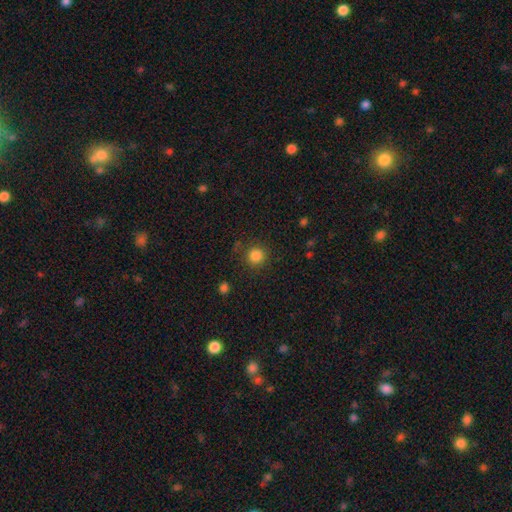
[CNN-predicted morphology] smooth 84%, star or artifact 12%, featured or disk 4%. Down the decision tree: how rounded — round (93%); merging — none (86%).